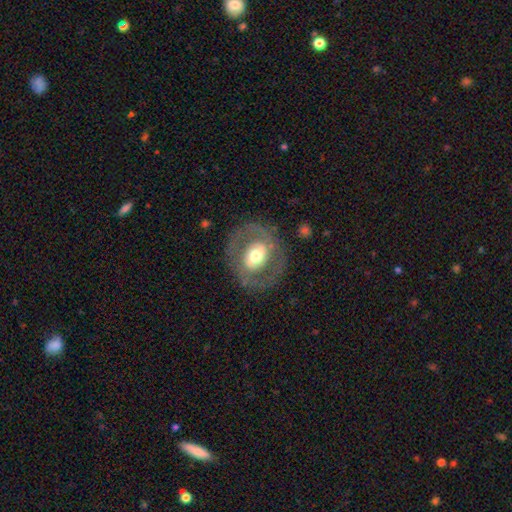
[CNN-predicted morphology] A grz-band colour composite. It shows a featured or disk galaxy (57%) with no bar (60%), no spiral arms (76%) and a moderate central bulge (62%). Merging: none (77%).